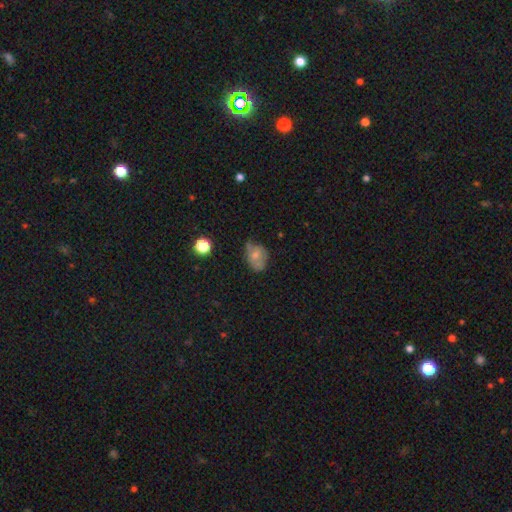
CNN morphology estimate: Smooth or featured: smooth — 59% (featured or disk — 30%)
How rounded: in between — 66% (round — 32%)
Merging: none — 41% (minor disturbance — 38%)